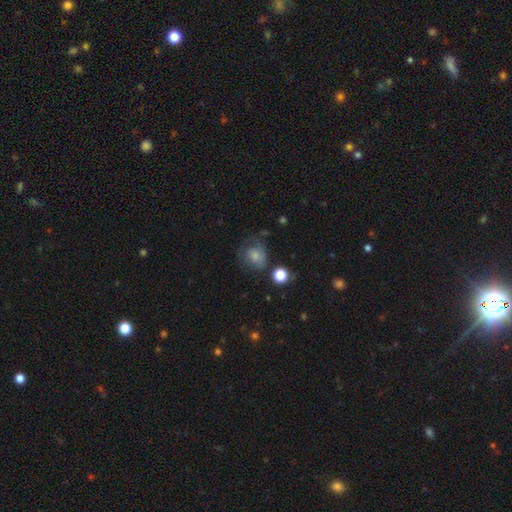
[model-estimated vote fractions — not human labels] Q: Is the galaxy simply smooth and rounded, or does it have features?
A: smooth — 62%.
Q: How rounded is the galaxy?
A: round — 62%.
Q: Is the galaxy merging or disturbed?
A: none — 41%.